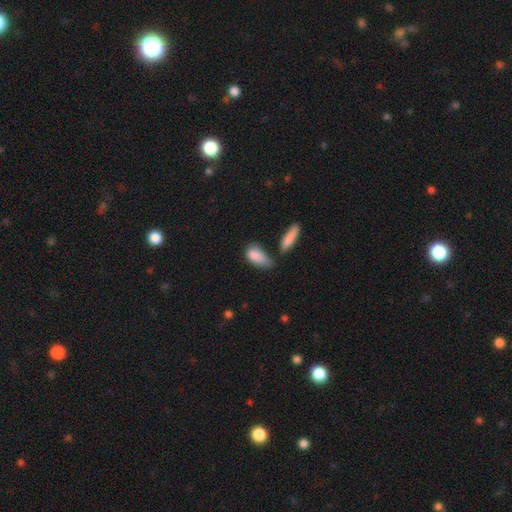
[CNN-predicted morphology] Smooth or featured?
  - smooth: 84% *
  - featured or disk: 9%
  - star or artifact: 7%
How rounded?
  - in between: 81% *
  - cigar-shaped: 14%
  - round: 5%
Merging?
  - none: 34% *
  - minor disturbance: 30%
  - merger: 23%
  - major disturbance: 13%